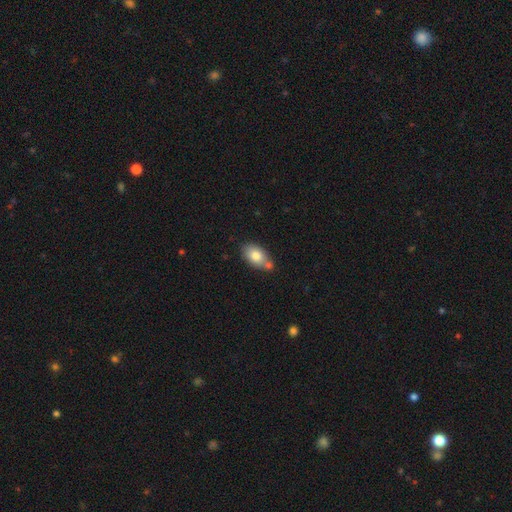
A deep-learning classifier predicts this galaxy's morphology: This is likely a smooth galaxy (79%). How rounded: clearly in between (88%). Merging: possibly none (57%).